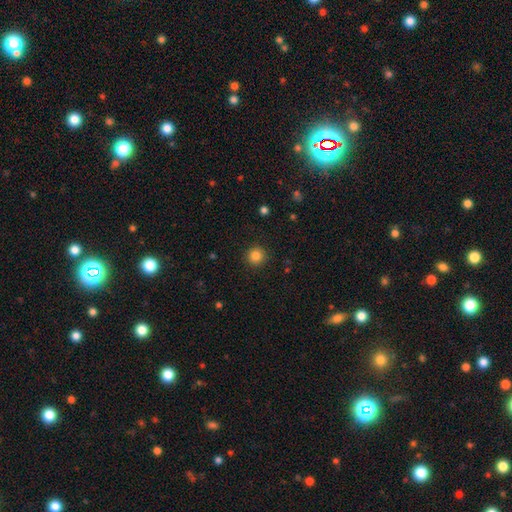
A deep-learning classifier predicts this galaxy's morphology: A smooth galaxy with no disk features (83%) that is round (95%). Merging: none (91%).